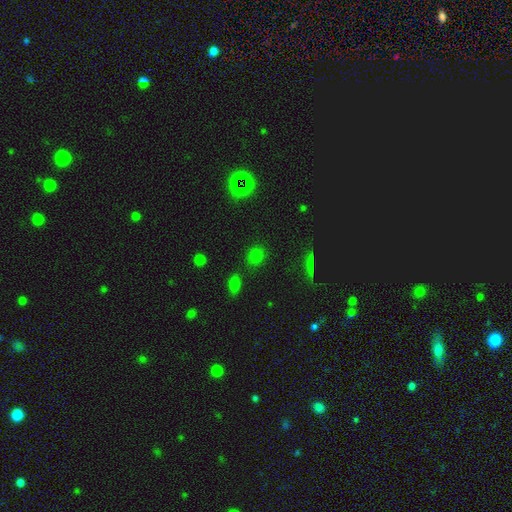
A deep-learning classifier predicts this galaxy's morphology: A smooth galaxy with no disk features (70%) that is round (75%).

Vote fractions:
- Smooth or featured? smooth: 70% / star or artifact: 24% / featured or disk: 5%
- How rounded? round: 75% / in between: 23% / cigar-shaped: 2%
- Merging? none: 82% / minor disturbance: 10% / merger: 4% / major disturbance: 3%